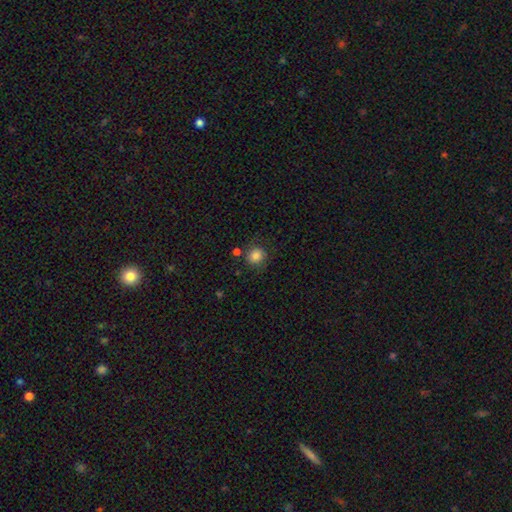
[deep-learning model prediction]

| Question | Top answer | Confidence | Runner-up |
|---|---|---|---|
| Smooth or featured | smooth | 83% | star or artifact (10%) |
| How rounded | round | 86% | in between (13%) |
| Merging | none | 75% | minor disturbance (14%) |